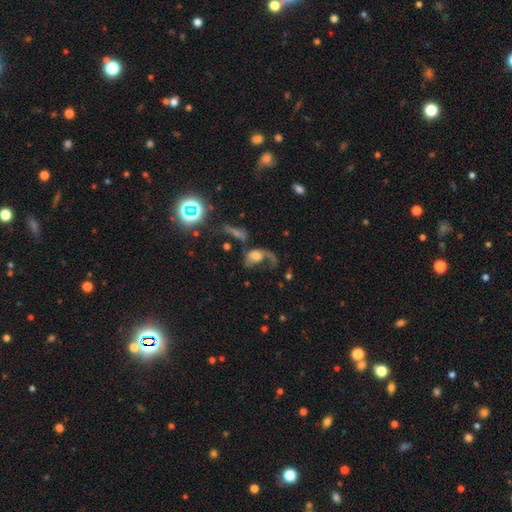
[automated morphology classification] A featured or disk galaxy (50%).

Vote fractions:
- Smooth or featured? featured or disk: 50% / smooth: 38% / star or artifact: 13%
- Merging? major disturbance: 53% / none: 19% / merger: 16% / minor disturbance: 11%